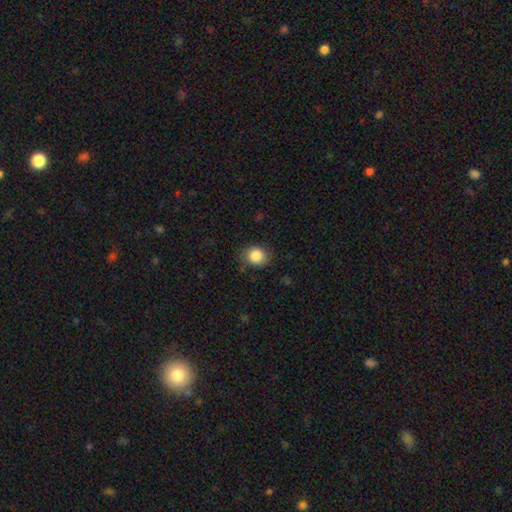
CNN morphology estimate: smooth 85%, star or artifact 10%, featured or disk 5%. Down the decision tree: how rounded — round (68%); merging — none (79%).